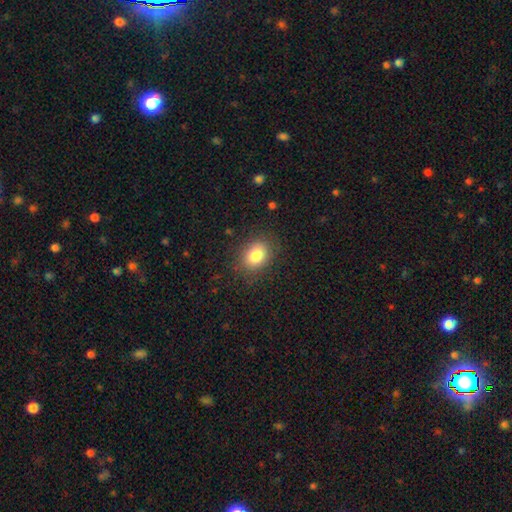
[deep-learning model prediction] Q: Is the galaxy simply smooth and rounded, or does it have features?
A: smooth — 83%.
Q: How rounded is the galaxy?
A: in between — 58%.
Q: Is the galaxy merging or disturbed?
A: none — 84%.